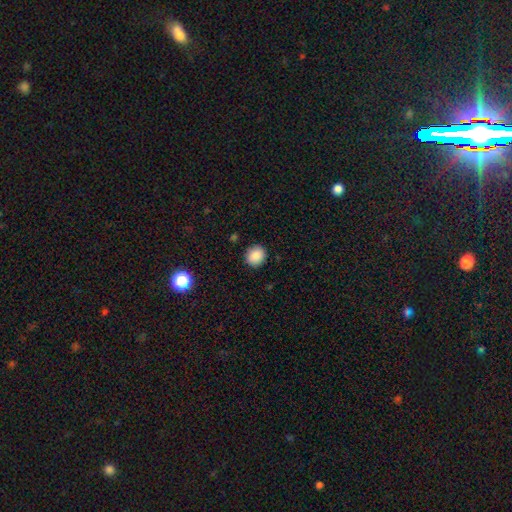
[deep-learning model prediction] Overall: smooth (88%). How rounded: round (81%). Merging: none (89%).